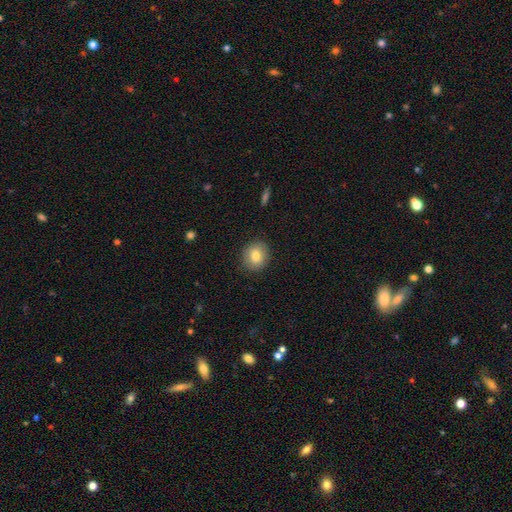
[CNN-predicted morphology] smooth 80%, featured or disk 11%, star or artifact 9%. Down the decision tree: how rounded — round (75%); merging — none (87%).